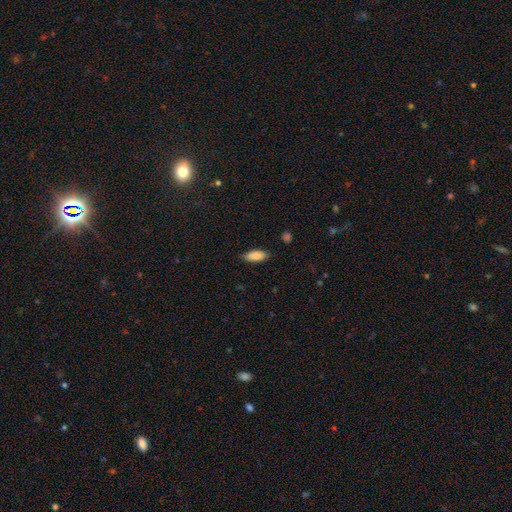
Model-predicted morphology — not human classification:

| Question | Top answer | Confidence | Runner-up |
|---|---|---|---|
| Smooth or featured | smooth | 88% | star or artifact (6%) |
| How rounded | in between | 84% | cigar-shaped (14%) |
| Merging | none | 84% | minor disturbance (13%) |